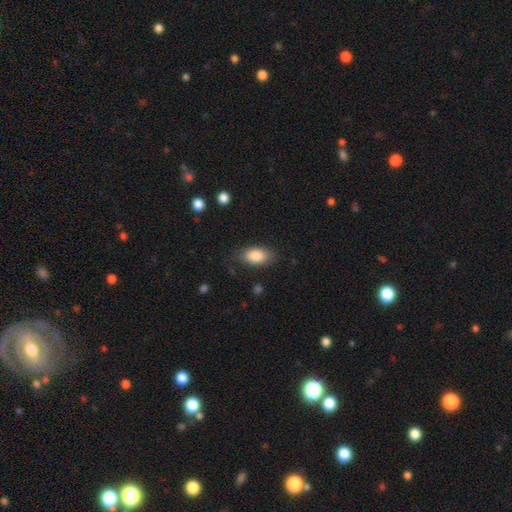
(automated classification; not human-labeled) Q: Smooth or featured?
A: smooth (86%); runner-up: featured or disk (8%)
Q: How rounded?
A: in between (91%); runner-up: round (5%)
Q: Merging?
A: none (79%); runner-up: minor disturbance (16%)